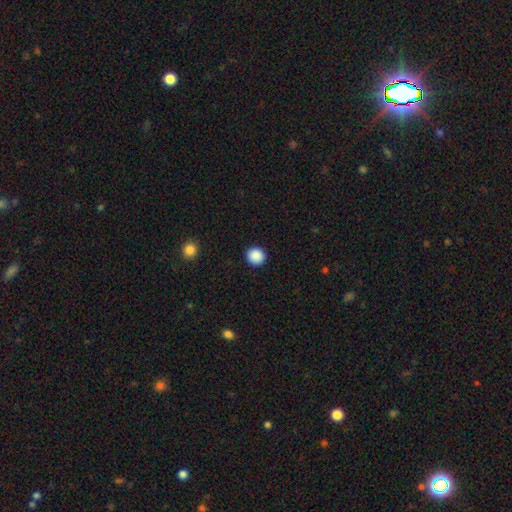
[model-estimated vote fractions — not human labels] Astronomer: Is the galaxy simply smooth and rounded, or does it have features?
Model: smooth — 89%.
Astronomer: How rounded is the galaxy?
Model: round — 93%.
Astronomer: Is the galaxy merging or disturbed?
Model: none — 93%.